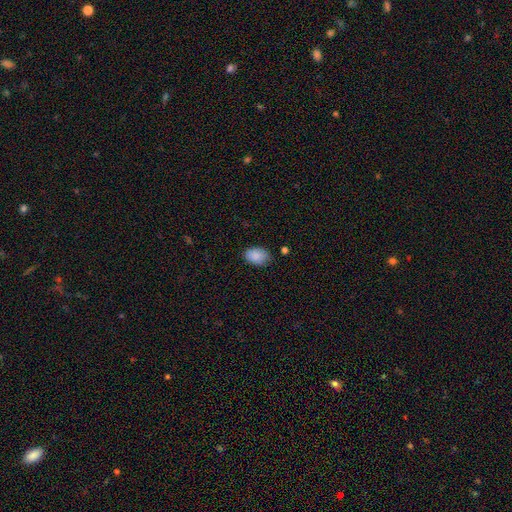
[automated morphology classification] This appears to be a smooth galaxy with no disk features (88%) that is in between round and cigar-shaped (83%). Merging: none (78%).